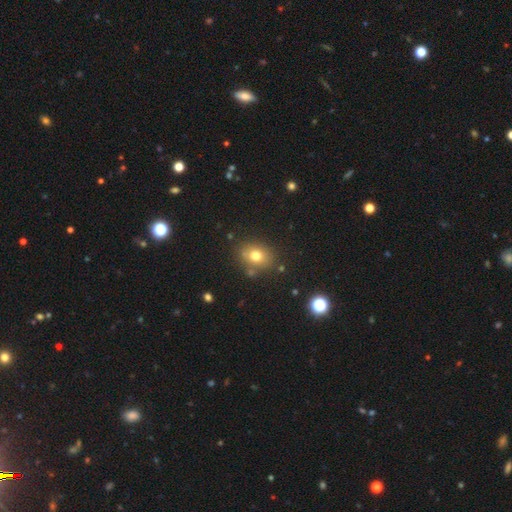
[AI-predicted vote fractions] Smooth or featured? Predicted: smooth (p=0.74). How rounded? Predicted: round (p=0.50). Merging? Predicted: none (p=0.79).